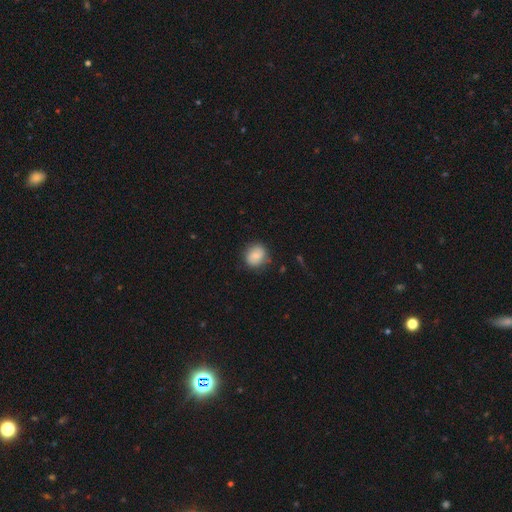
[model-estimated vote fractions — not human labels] Overall: smooth (80%). How rounded: round (73%). Merging: none (79%).